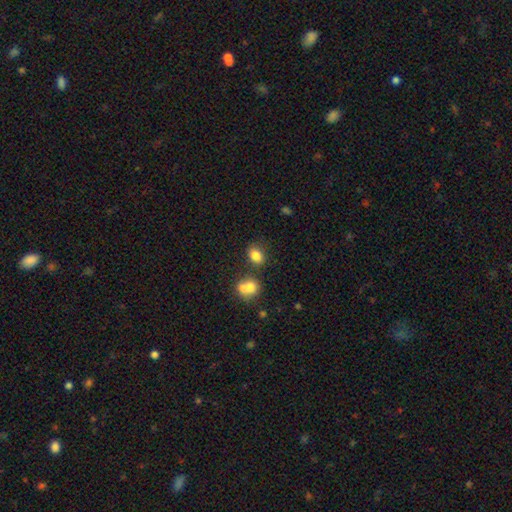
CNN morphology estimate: This appears to be a smooth galaxy with no disk features (82%) that is in between round and cigar-shaped (63%). Merging: none (65%).